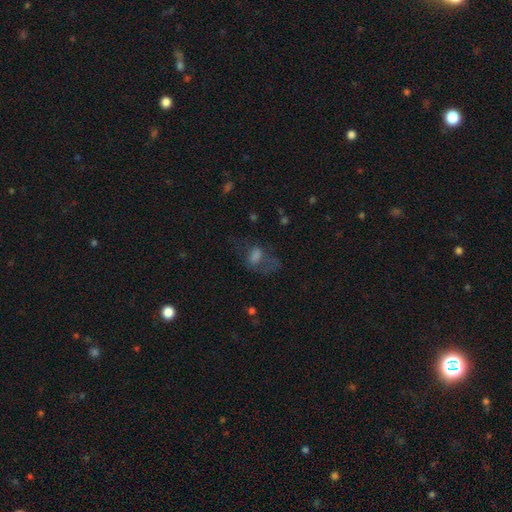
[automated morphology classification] The model was most divided on "smooth or featured": smooth: 39%, featured or disk: 34%, star or artifact: 27%. Remaining: merging — none (42%).